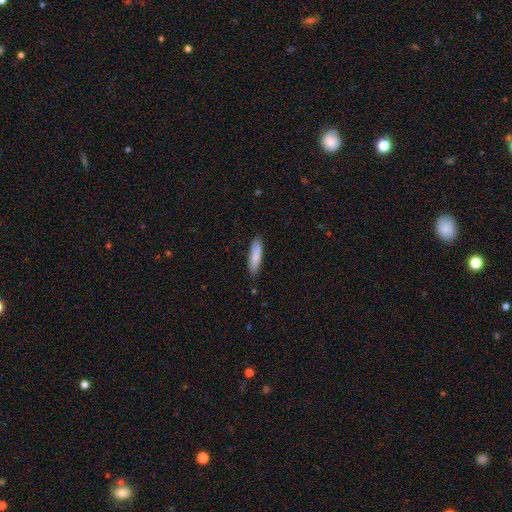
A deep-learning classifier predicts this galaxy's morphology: A smooth galaxy with no disk features (81%) that is cigar-shaped (75%).

Vote fractions:
- Smooth or featured? smooth: 81% / featured or disk: 13% / star or artifact: 6%
- How rounded? cigar-shaped: 75% / in between: 24% / round: 1%
- Merging? none: 85% / minor disturbance: 11% / major disturbance: 2% / merger: 2%